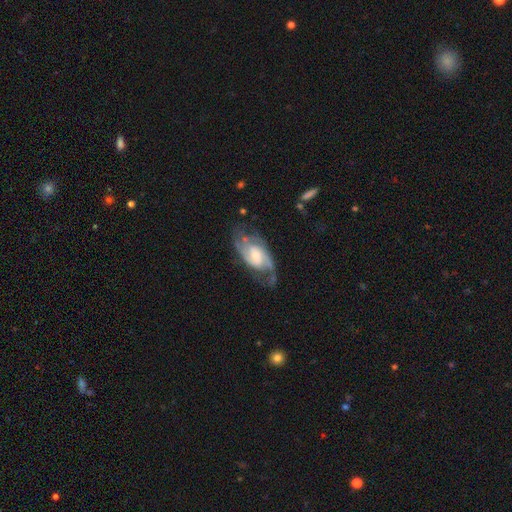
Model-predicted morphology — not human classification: smooth-or-featured: featured or disk: 86% | smooth: 9% | star or artifact: 5%
  disk-edge-on: no: 96% | yes: 4%
    bar: weak: 45% | no: 44% | strong: 11%
    has-spiral-arms: yes: 96% | no: 4%
      spiral-winding: medium: 48% | tight: 30% | loose: 21%
      spiral-arm-count: 2: 68% | can't tell: 13% | 3: 10% | 1: 4% | 4: 3% | more than 4: 2%
    bulge-size: moderate: 47% | small: 40% | large: 8% | none: 4% | dominant: 1%
  merging: none: 62% | minor disturbance: 21% | major disturbance: 15% | merger: 2%